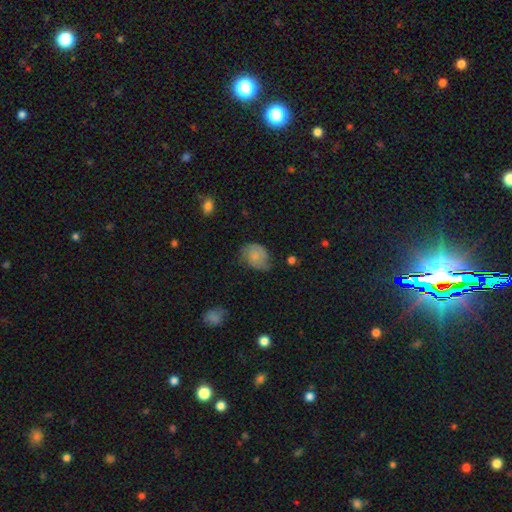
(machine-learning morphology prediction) This appears to be a smooth galaxy with no disk features (61%) that is in between round and cigar-shaped (61%). Merging: none (50%).